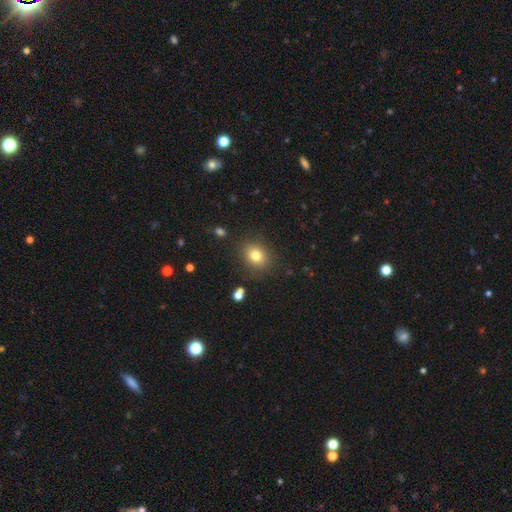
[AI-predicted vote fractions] Morphology: type=smooth (79%); roundness=round (63%); merging=none (85%).